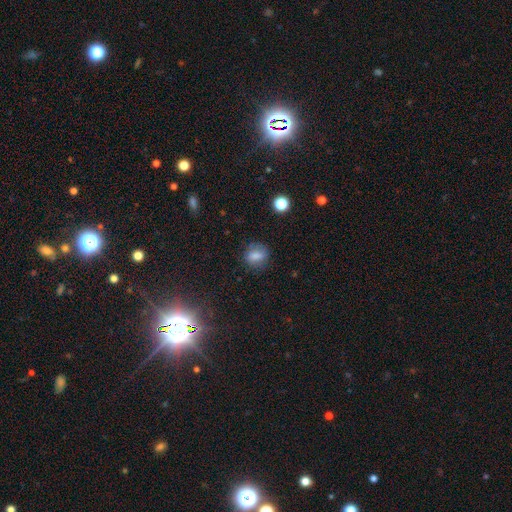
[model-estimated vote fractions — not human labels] Smooth or featured? Predicted: smooth (p=0.76). How rounded? Predicted: round (p=0.52). Merging? Predicted: none (p=0.77).